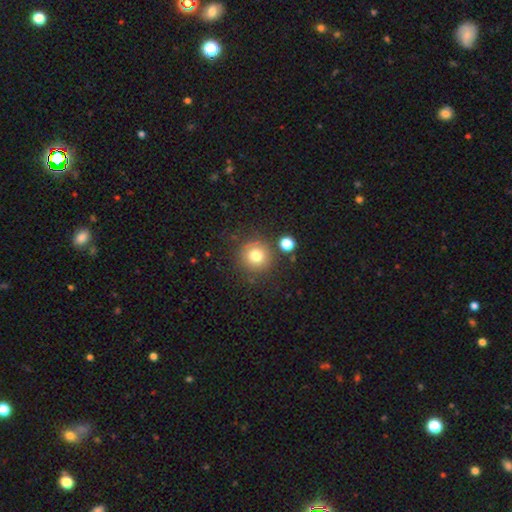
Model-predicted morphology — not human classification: This appears to be a smooth galaxy with no disk features (76%) that is round (94%). Merging: none (81%).